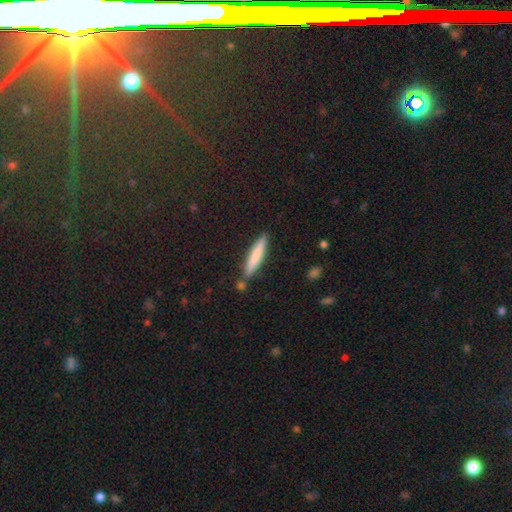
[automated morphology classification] Smooth or featured: smooth — 75% (featured or disk — 18%)
How rounded: cigar-shaped — 91% (in between — 7%)
Merging: none — 82% (minor disturbance — 11%)